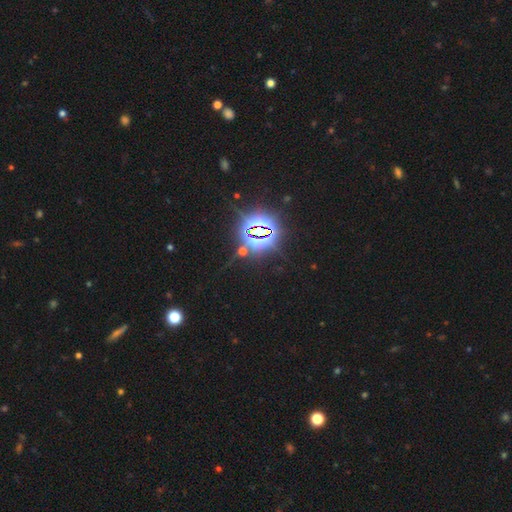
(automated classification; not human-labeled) Overall: star or artifact (85%).